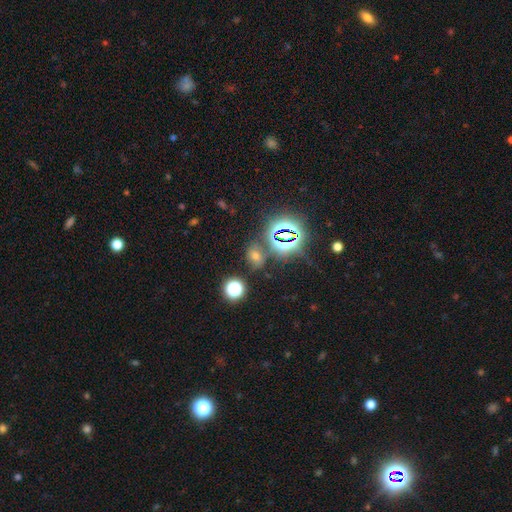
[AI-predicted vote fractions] Smooth or featured: star or artifact — 51% (smooth — 39%)